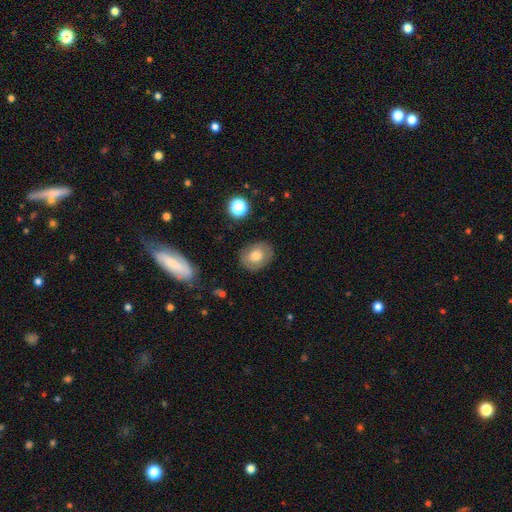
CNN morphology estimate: This appears to be a smooth galaxy with no disk features (64%) that is in between round and cigar-shaped (55%). Merging: none (81%).